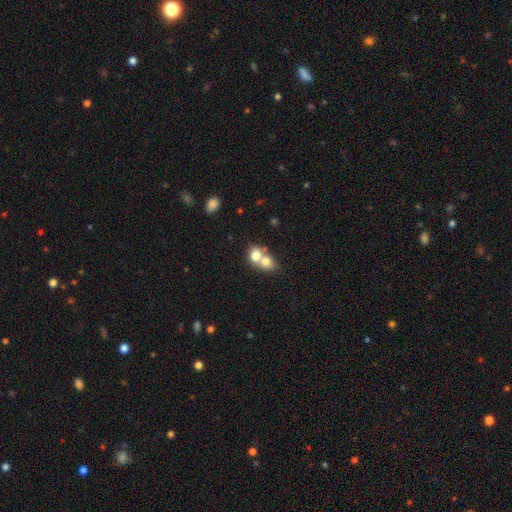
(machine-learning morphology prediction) type=smooth (73%); roundness=round (56%); merging=merger (72%).